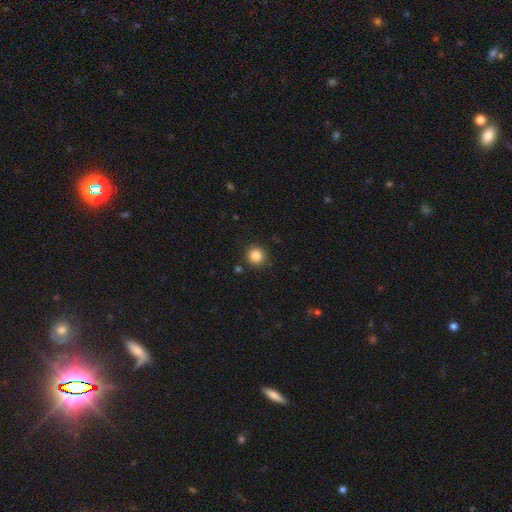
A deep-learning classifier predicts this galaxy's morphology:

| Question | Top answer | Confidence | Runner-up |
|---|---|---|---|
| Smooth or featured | smooth | 85% | star or artifact (11%) |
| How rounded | round | 94% | in between (5%) |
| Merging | none | 89% | minor disturbance (6%) |